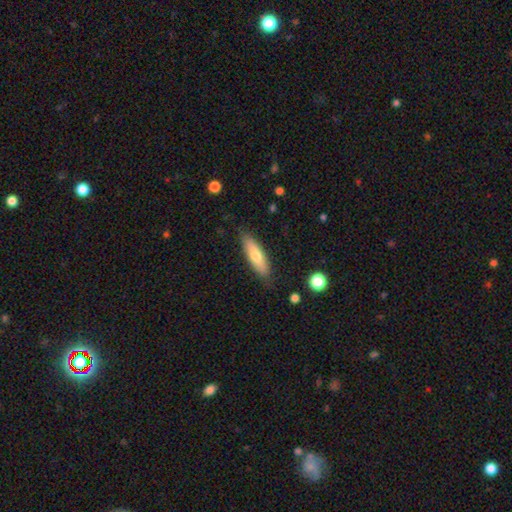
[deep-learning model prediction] The model was most divided on "how rounded": cigar-shaped: 59%, in between: 39%, round: 2%. More confident: merging — none (84%); smooth or featured — smooth (66%).